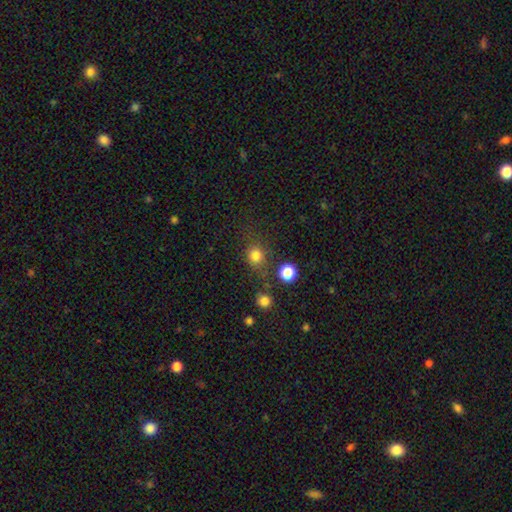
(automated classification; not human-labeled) Overall: smooth (80%). How rounded: round (83%). Merging: none (73%).